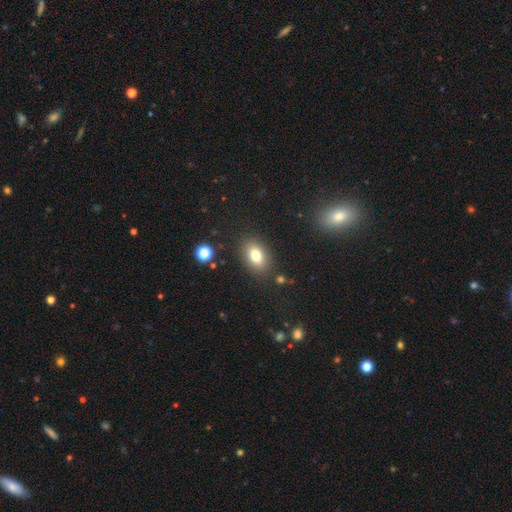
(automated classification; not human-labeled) A smooth galaxy with no disk features (78%) that is in between round and cigar-shaped (82%). Merging: none (85%).